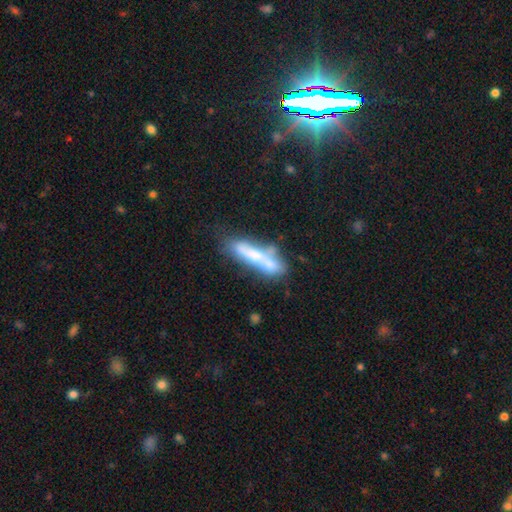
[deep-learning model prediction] Morphology: type=smooth (52%); roundness=cigar-shaped (74%); merging=merger (38%).